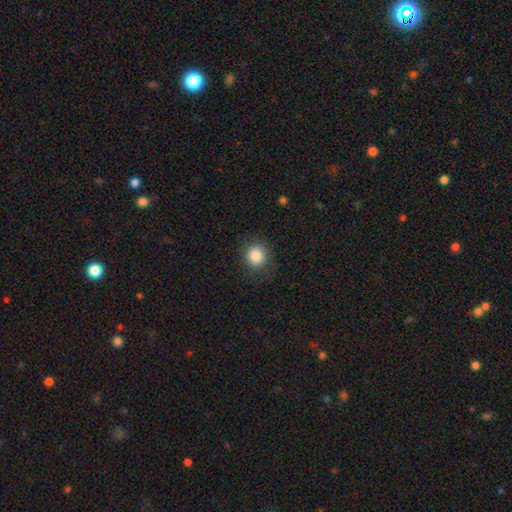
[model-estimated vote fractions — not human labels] Smooth or featured: smooth — 86% (star or artifact — 9%)
How rounded: round — 88% (in between — 11%)
Merging: none — 85% (minor disturbance — 10%)